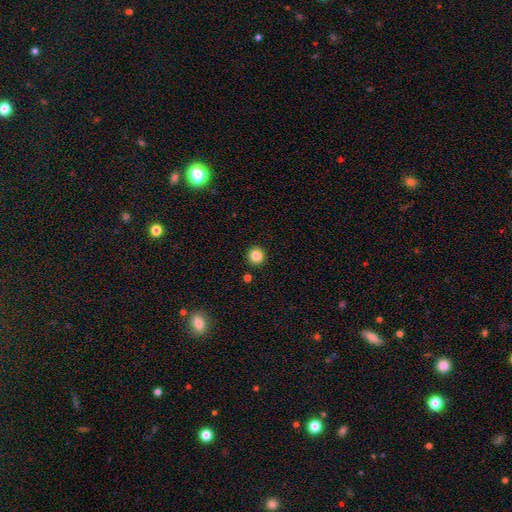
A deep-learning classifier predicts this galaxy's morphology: A smooth galaxy with no disk features (85%) that is round (94%).

Vote fractions:
- Smooth or featured? smooth: 85% / star or artifact: 11% / featured or disk: 4%
- How rounded? round: 94% / in between: 5% / cigar-shaped: 1%
- Merging? none: 92% / minor disturbance: 5% / merger: 2% / major disturbance: 2%